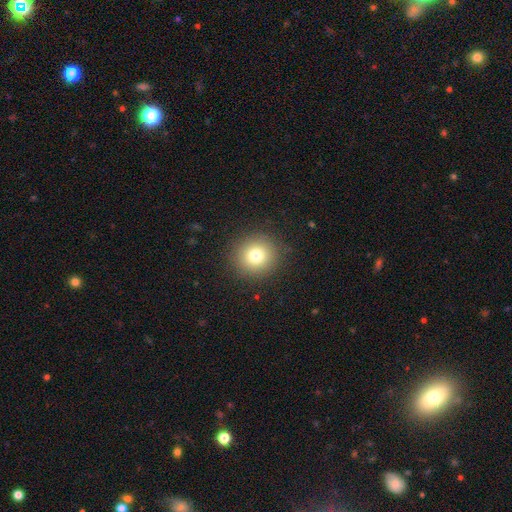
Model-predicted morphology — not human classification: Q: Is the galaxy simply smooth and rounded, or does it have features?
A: smooth — 78%.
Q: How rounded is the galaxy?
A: round — 92%.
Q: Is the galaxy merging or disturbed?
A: none — 90%.